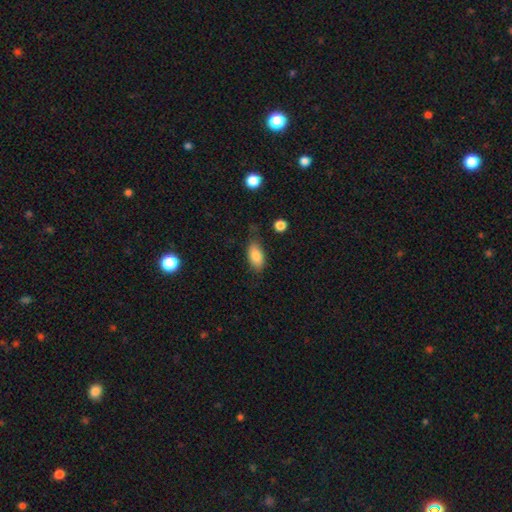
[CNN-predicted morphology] smooth_or_featured: smooth (p=0.84) [alt: featured or disk p=0.09]
how_rounded: in between (p=0.90) [alt: cigar-shaped p=0.06]
merging: none (p=0.67) [alt: minor disturbance p=0.23]